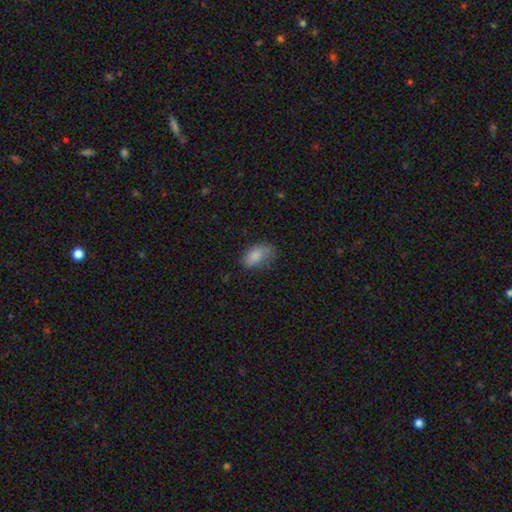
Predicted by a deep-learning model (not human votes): A smooth galaxy with no disk features (82%) that is in between round and cigar-shaped (91%). Merging: none (52%).